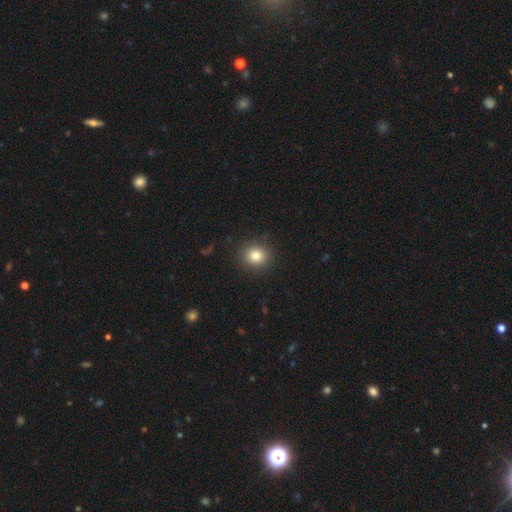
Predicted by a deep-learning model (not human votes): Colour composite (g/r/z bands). It shows a smooth galaxy with no disk features (82%) that is round (87%). Merging: none (89%).